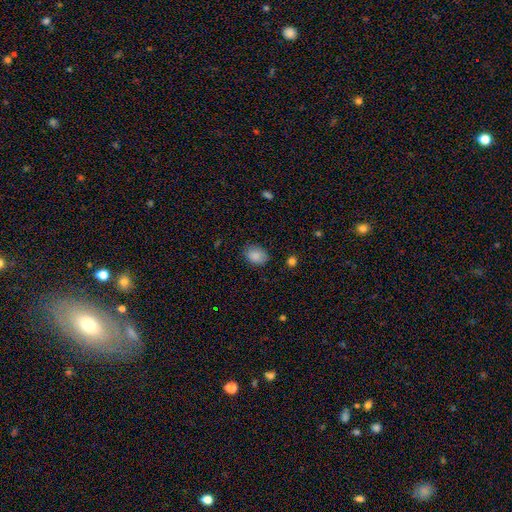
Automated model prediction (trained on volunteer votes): smooth-or-featured: smooth: 87% | star or artifact: 8% | featured or disk: 5%
  how-rounded: in between: 60% | round: 39% | cigar-shaped: 1%
  merging: none: 81% | minor disturbance: 14% | major disturbance: 3% | merger: 1%